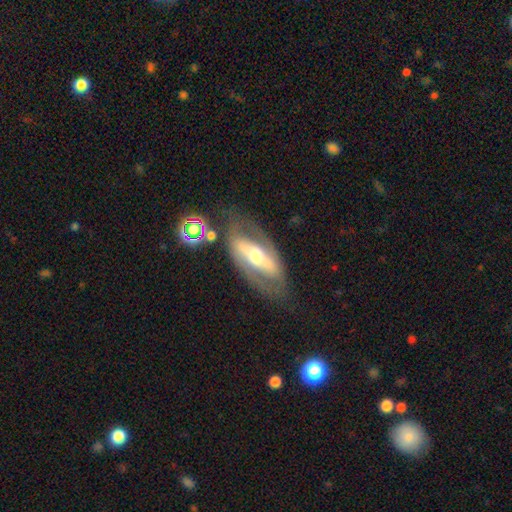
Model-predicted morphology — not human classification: smooth-or-featured: featured or disk: 78% | smooth: 16% | star or artifact: 7%
  disk-edge-on: no: 85% | yes: 15%
    bar: strong: 60% | weak: 22% | no: 18%
    has-spiral-arms: yes: 70% | no: 30%
    bulge-size: moderate: 62% | small: 21% | large: 13% | dominant: 2% | none: 2%
  merging: none: 72% | minor disturbance: 15% | major disturbance: 9% | merger: 4%